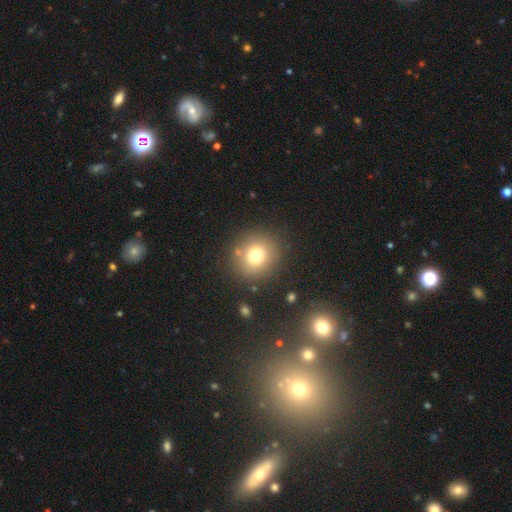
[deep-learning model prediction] This is likely a smooth galaxy (75%). How rounded: clearly round (90%). Merging: clearly none (83%).